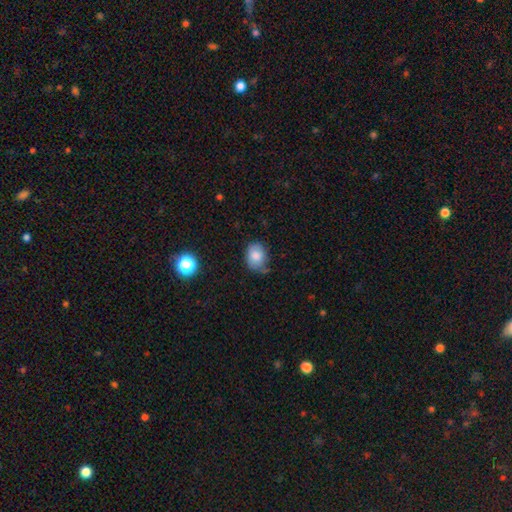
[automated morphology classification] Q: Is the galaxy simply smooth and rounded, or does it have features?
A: smooth — 81%.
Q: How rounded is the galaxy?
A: in between — 59%.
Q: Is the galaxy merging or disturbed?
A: none — 59%.